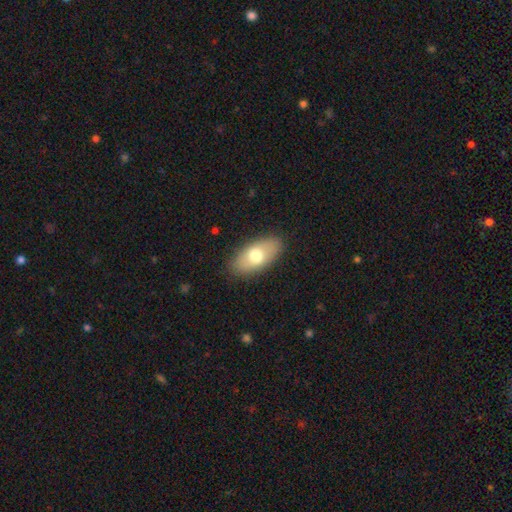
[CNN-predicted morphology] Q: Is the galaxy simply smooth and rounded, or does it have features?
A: smooth — 70%.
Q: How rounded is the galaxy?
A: in between — 90%.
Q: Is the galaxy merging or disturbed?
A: none — 86%.